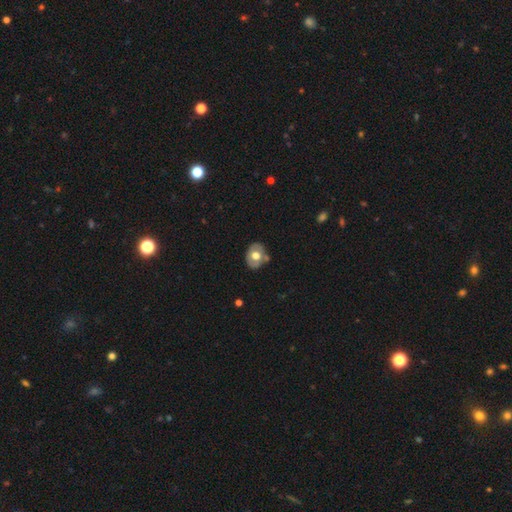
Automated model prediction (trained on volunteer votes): The model was most divided on "smooth or featured": smooth: 52%, featured or disk: 42%, star or artifact: 7%. More confident: merging — none (69%); how rounded — in between (57%).